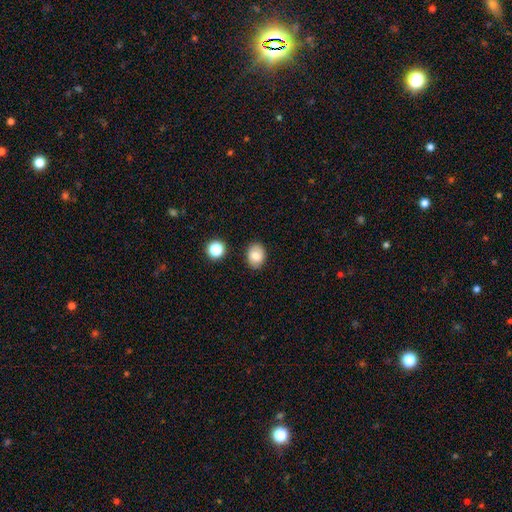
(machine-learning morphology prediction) Smooth or featured?
  - smooth: 79% *
  - featured or disk: 12%
  - star or artifact: 9%
How rounded?
  - in between: 65% *
  - round: 34%
  - cigar-shaped: 1%
Merging?
  - none: 85% *
  - minor disturbance: 10%
  - major disturbance: 2%
  - merger: 2%